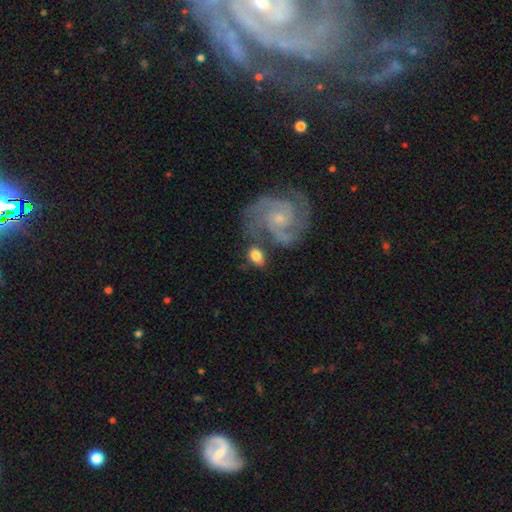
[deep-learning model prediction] Smooth or featured: smooth — 59% (featured or disk — 35%)
How rounded: in between — 83% (round — 14%)
Merging: none — 59% (minor disturbance — 17%)